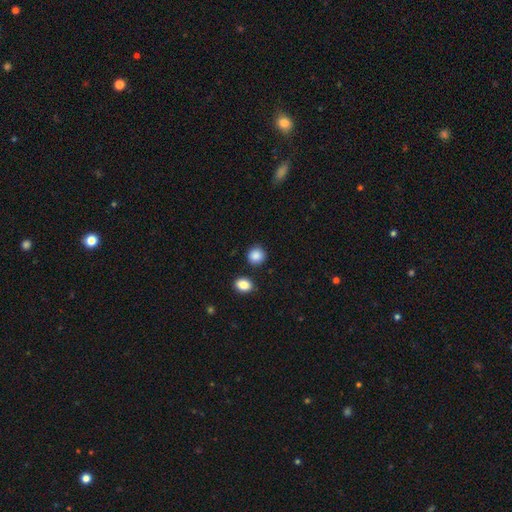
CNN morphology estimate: Overall: smooth (88%). How rounded: round (89%). Merging: none (86%).